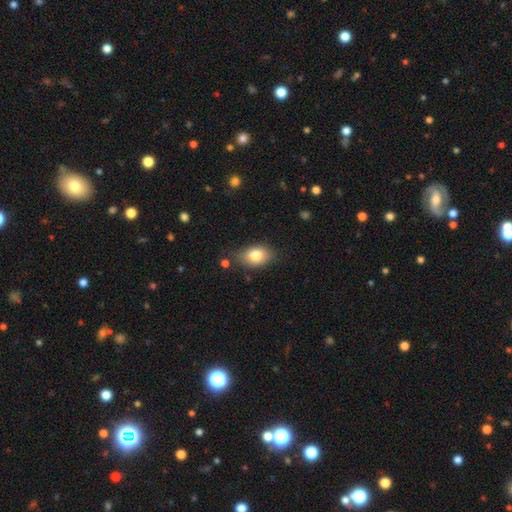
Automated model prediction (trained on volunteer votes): Smooth or featured?
  - smooth: 80% *
  - featured or disk: 12%
  - star or artifact: 8%
How rounded?
  - in between: 84% *
  - round: 15%
  - cigar-shaped: 2%
Merging?
  - none: 75% *
  - minor disturbance: 18%
  - major disturbance: 4%
  - merger: 3%